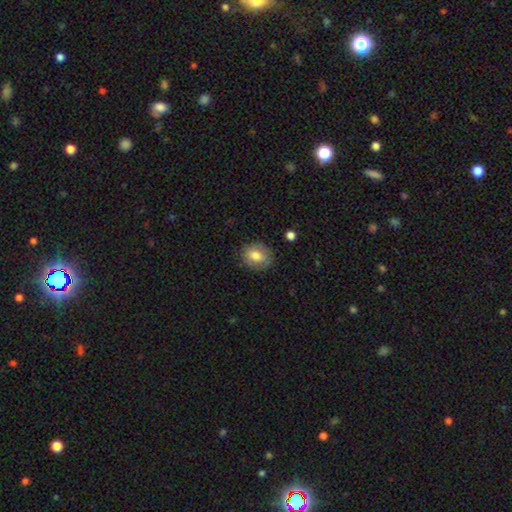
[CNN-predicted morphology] A smooth galaxy with no disk features (77%) that is in between round and cigar-shaped (50%).

Vote fractions:
- Smooth or featured? smooth: 77% / featured or disk: 14% / star or artifact: 8%
- How rounded? in between: 50% / round: 49% / cigar-shaped: 1%
- Merging? none: 82% / minor disturbance: 13% / major disturbance: 3% / merger: 1%